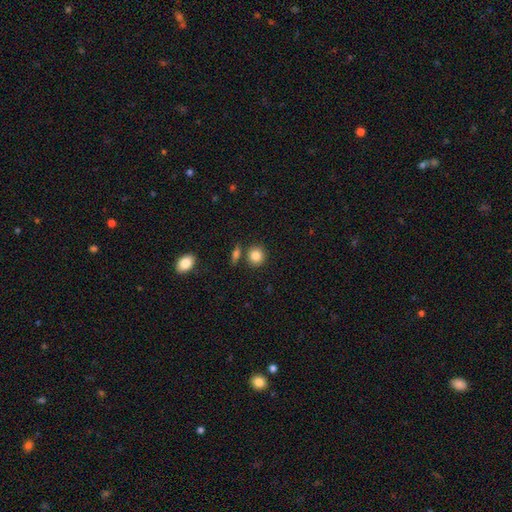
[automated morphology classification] smooth-or-featured: smooth: 84% | star or artifact: 9% | featured or disk: 7%
  how-rounded: round: 85% | in between: 14% | cigar-shaped: 1%
  merging: none: 78% | merger: 10% | minor disturbance: 9% | major disturbance: 3%